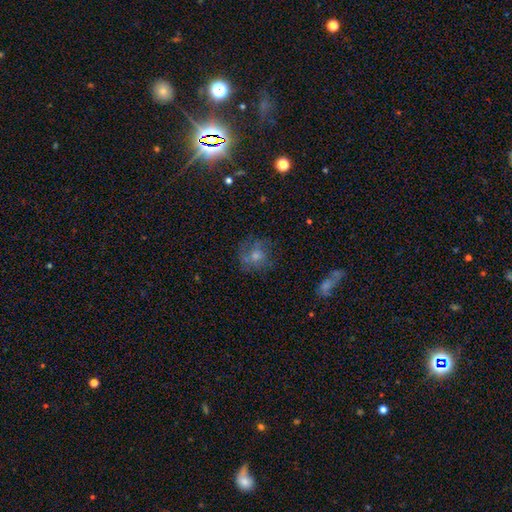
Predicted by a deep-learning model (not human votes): This appears to be a featured or disk galaxy (43%). Merging: none (69%).